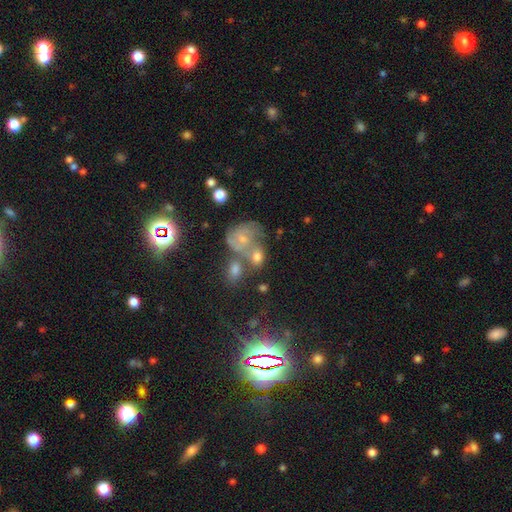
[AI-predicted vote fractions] Smooth or featured: star or artifact — 40% (featured or disk — 31%)